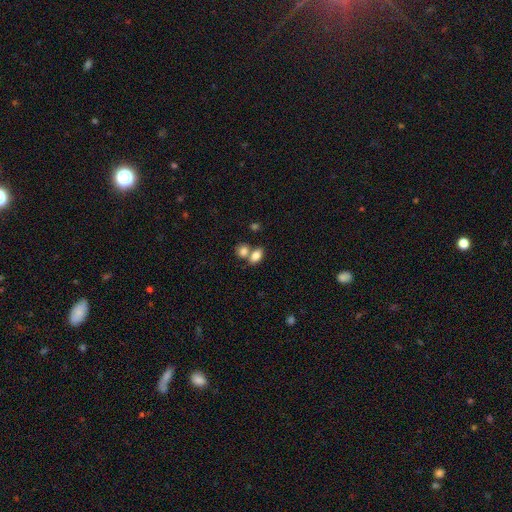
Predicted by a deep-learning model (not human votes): The model was most divided on "merging": merger: 44%, none: 43%, minor disturbance: 10%, major disturbance: 4%. More confident: how rounded — in between (81%); smooth or featured — smooth (81%).